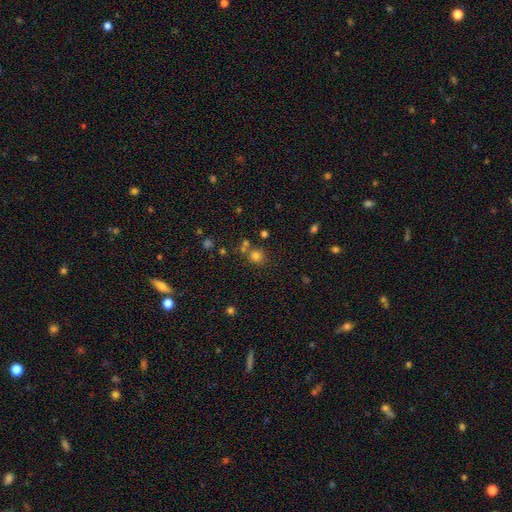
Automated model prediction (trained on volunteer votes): This appears to be a smooth galaxy with no disk features (75%) that is round (87%). Merging: none (69%).